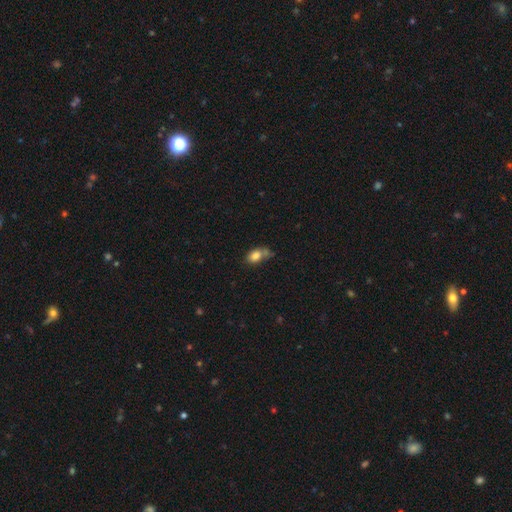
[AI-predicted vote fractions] Smooth or featured?
  - smooth: 80% *
  - star or artifact: 10%
  - featured or disk: 10%
How rounded?
  - in between: 79% *
  - round: 19%
  - cigar-shaped: 2%
Merging?
  - none: 41% *
  - minor disturbance: 25%
  - merger: 23%
  - major disturbance: 11%